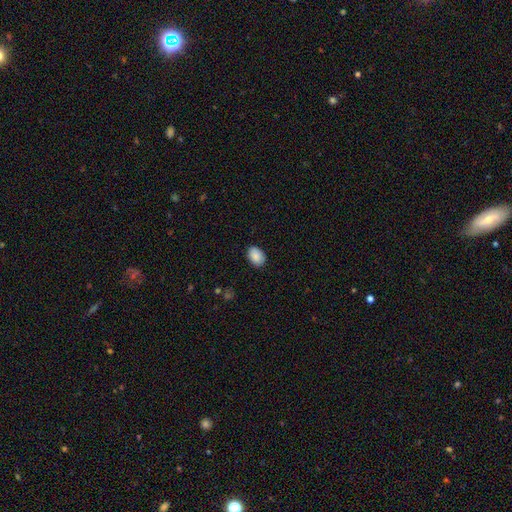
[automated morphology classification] Q: Smooth or featured?
A: smooth (89%); runner-up: star or artifact (7%)
Q: How rounded?
A: in between (82%); runner-up: round (17%)
Q: Merging?
A: none (86%); runner-up: minor disturbance (11%)